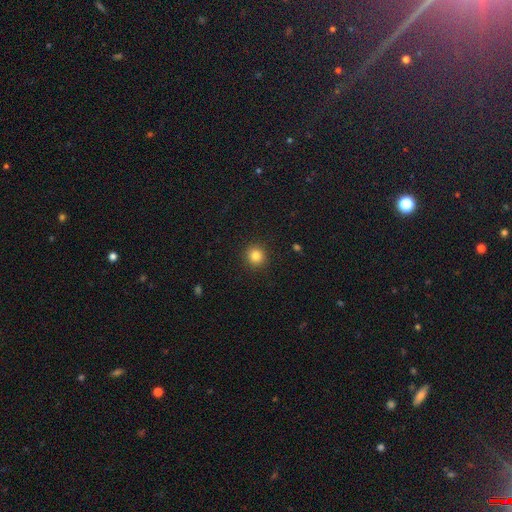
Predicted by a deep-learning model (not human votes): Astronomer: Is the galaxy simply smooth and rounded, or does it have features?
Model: smooth — 84%.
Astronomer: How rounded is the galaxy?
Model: round — 93%.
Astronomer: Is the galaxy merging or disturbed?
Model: none — 92%.